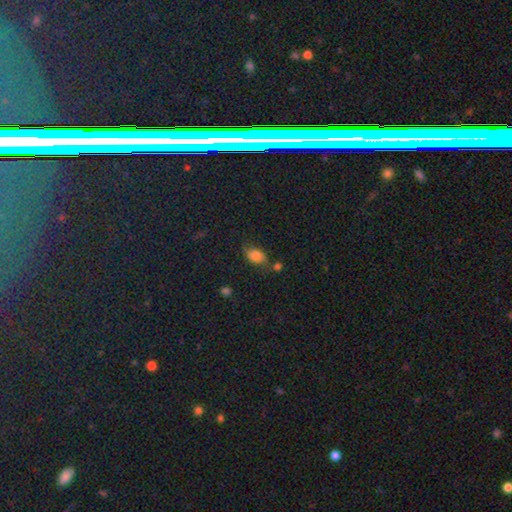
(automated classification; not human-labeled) The model was most divided on "merging": none: 54%, minor disturbance: 26%, major disturbance: 10%, merger: 10%. More confident: how rounded — in between (86%); smooth or featured — smooth (74%).